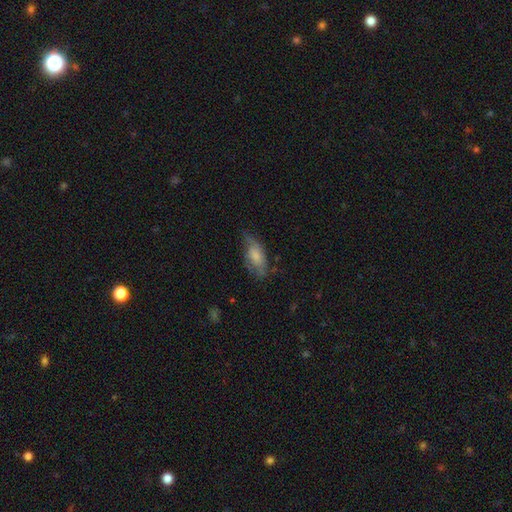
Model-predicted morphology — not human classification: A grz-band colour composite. It shows a smooth galaxy with no disk features (58%) that is in between round and cigar-shaped (85%). Merging: none (49%).